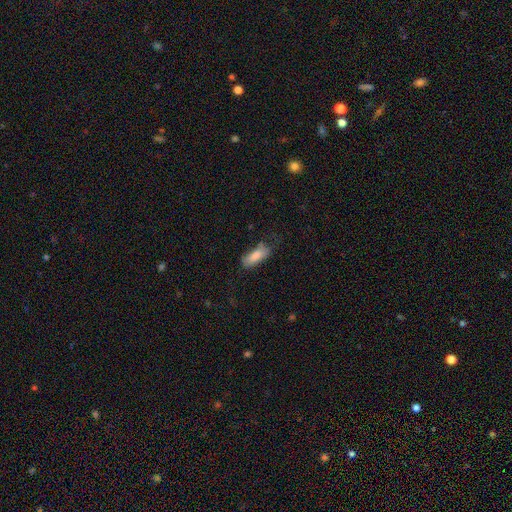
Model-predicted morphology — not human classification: A smooth galaxy with no disk features (83%) that is in between round and cigar-shaped (74%).

Vote fractions:
- Smooth or featured? smooth: 83% / featured or disk: 10% / star or artifact: 7%
- How rounded? in between: 74% / cigar-shaped: 24% / round: 2%
- Merging? none: 56% / minor disturbance: 29% / major disturbance: 11% / merger: 3%